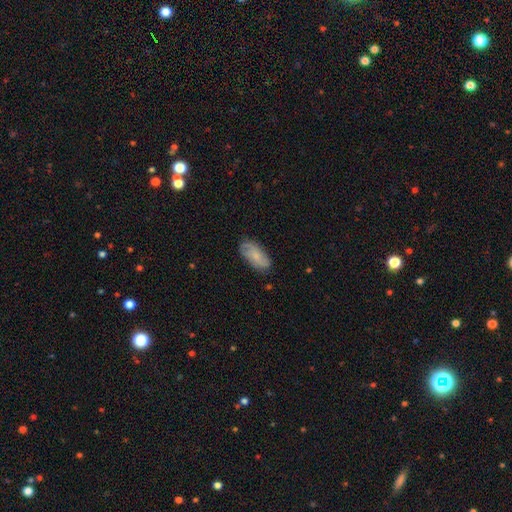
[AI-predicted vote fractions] The model was most divided on "smooth or featured": smooth: 56%, featured or disk: 37%, star or artifact: 7%. More confident: how rounded — in between (87%); merging — none (75%).